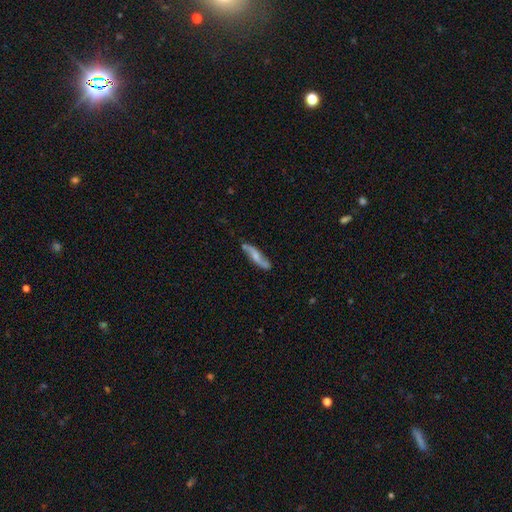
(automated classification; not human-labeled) This appears to be a featured or disk galaxy (57%). Merging: none (75%).